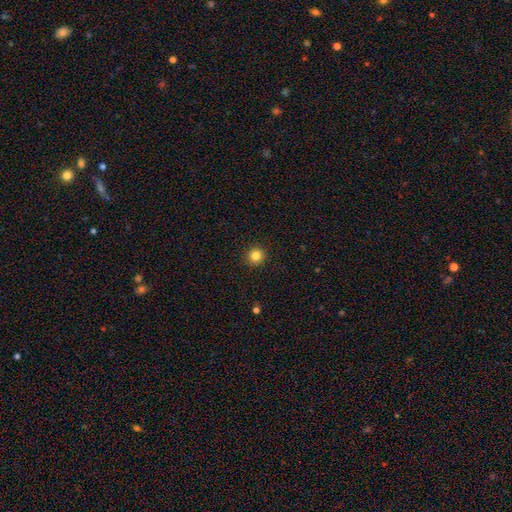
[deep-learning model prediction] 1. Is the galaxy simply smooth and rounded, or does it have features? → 83% smooth, 12% star or artifact, 5% featured or disk.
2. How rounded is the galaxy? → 94% round, 5% in between, 1% cigar-shaped.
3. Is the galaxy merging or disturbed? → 93% none, 4% minor disturbance, 2% major disturbance, 1% merger.